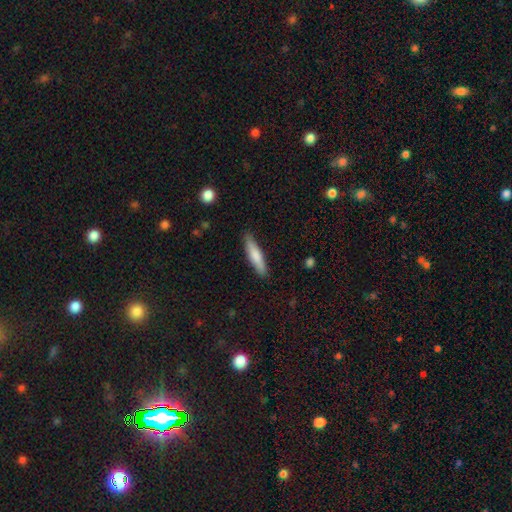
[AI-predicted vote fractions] Smooth or featured?
  - smooth: 76% *
  - featured or disk: 18%
  - star or artifact: 5%
How rounded?
  - cigar-shaped: 82% *
  - in between: 17%
  - round: 1%
Merging?
  - none: 87% *
  - minor disturbance: 10%
  - major disturbance: 2%
  - merger: 1%